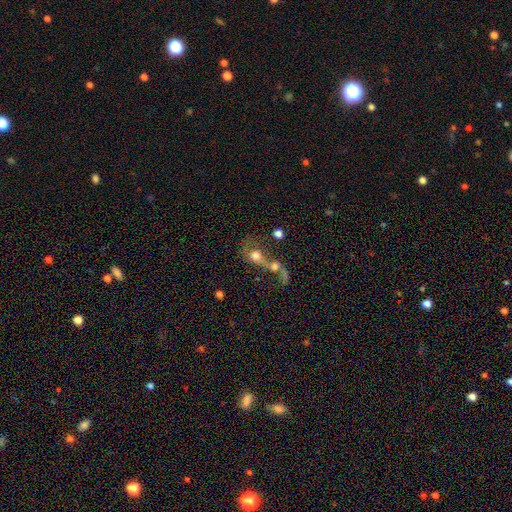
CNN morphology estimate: A smooth galaxy with no disk features (55%) that is round (58%). Merging: merger (72%).